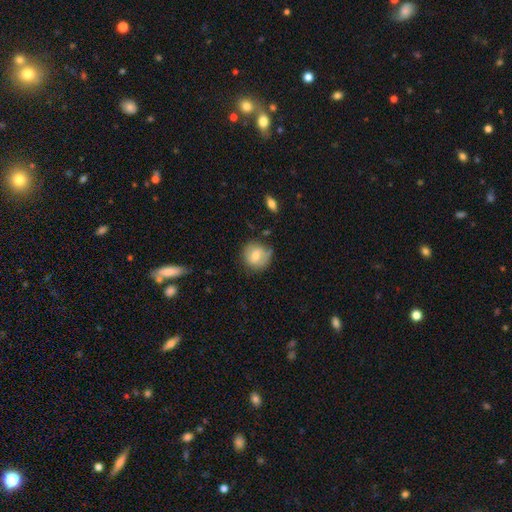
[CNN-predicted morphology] Q: Smooth or featured?
A: smooth (65%); runner-up: featured or disk (27%)
Q: How rounded?
A: round (86%); runner-up: in between (13%)
Q: Merging?
A: none (69%); runner-up: minor disturbance (22%)